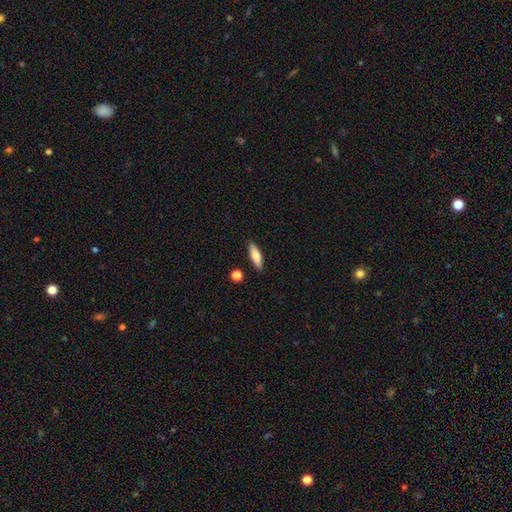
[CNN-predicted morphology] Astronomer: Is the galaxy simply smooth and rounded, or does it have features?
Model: smooth — 77%.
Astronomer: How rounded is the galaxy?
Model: cigar-shaped — 59% (runner-up: in between, 38%).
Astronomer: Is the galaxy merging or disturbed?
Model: none — 87%.